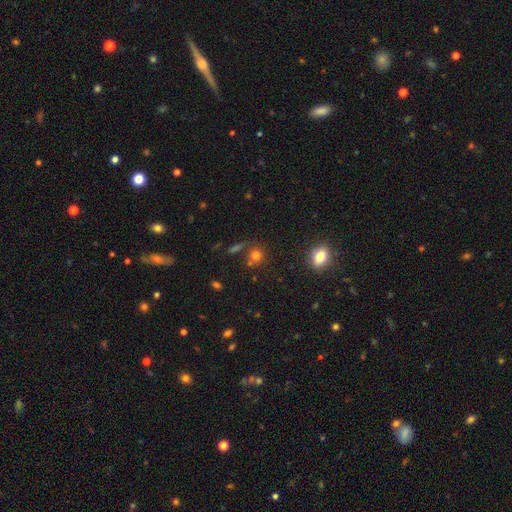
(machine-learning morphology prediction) type=smooth (73%); roundness=round (86%); merging=none (70%).